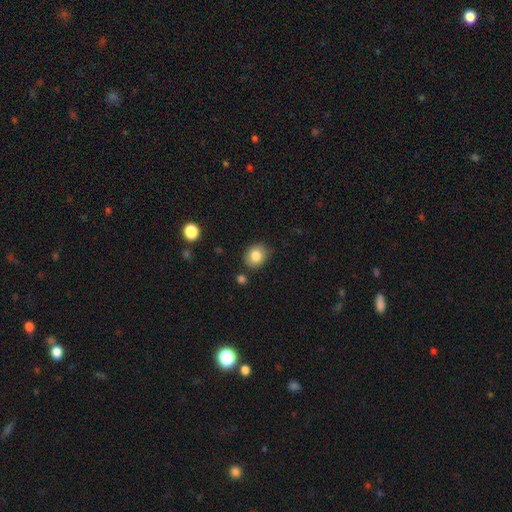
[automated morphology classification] The model was most divided on "how rounded": round: 57%, in between: 42%, cigar-shaped: 1%. More confident: smooth or featured — smooth (82%); merging — none (82%).